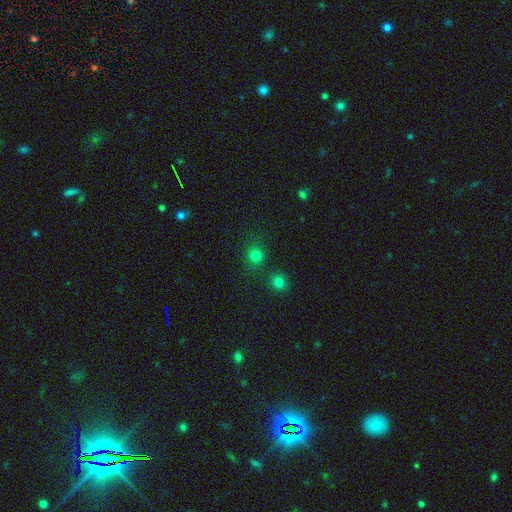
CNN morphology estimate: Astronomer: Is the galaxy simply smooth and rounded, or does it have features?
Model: smooth — 77%.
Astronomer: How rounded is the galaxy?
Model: round — 88%.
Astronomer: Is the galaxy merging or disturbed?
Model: none — 77%.